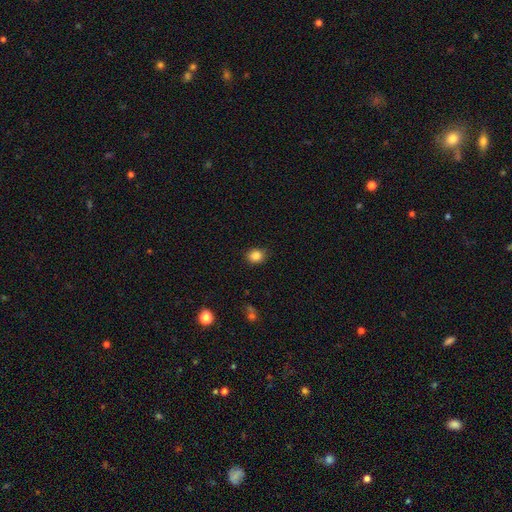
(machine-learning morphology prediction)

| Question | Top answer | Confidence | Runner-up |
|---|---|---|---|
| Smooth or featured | smooth | 85% | star or artifact (11%) |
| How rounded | round | 70% | in between (29%) |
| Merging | none | 87% | minor disturbance (10%) |